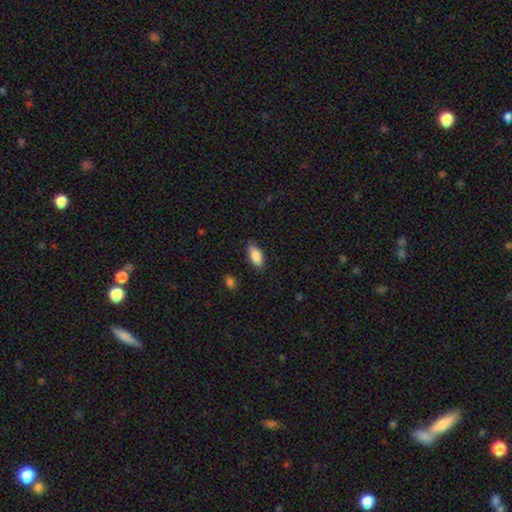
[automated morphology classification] Smooth or featured? smooth (84%)
How rounded? in between (86%)
Merging? none (84%)